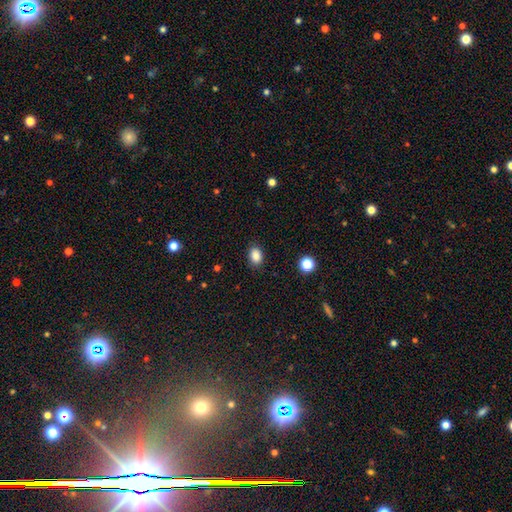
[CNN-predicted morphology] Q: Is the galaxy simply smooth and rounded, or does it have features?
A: smooth — 87%.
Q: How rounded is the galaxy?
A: in between — 75%.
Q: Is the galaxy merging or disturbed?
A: none — 87%.